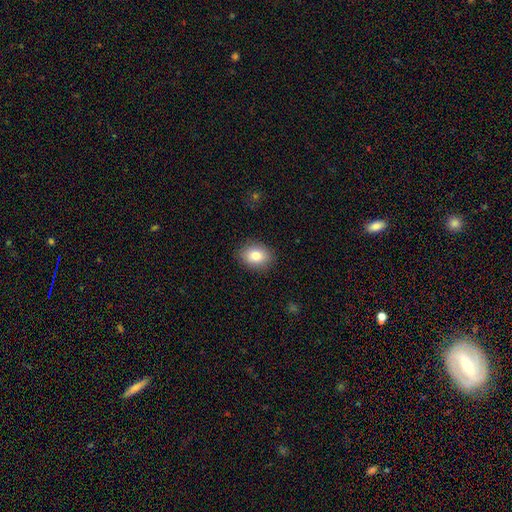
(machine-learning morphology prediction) Smooth or featured: smooth — 80% (featured or disk — 11%)
How rounded: in between — 63% (round — 36%)
Merging: none — 88% (minor disturbance — 9%)